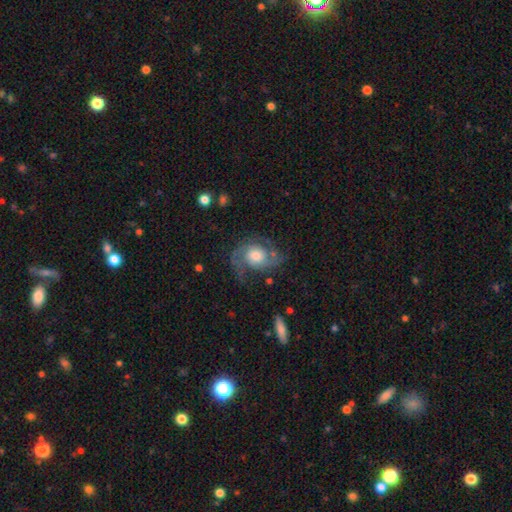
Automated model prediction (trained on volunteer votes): smooth_or_featured: featured or disk (p=0.84) [alt: smooth p=0.10]
disk_edge_on: no (p=0.98) [alt: yes p=0.02]
bar: no (p=0.70) [alt: weak p=0.26]
has_spiral_arms: yes (p=0.96) [alt: no p=0.04]
spiral_winding: medium (p=0.52) [alt: tight p=0.25]
spiral_arm_count: 2 (p=0.84) [alt: can't tell p=0.05]
bulge_size: moderate (p=0.45) [alt: large p=0.40]
merging: none (p=0.67) [alt: minor disturbance p=0.19]